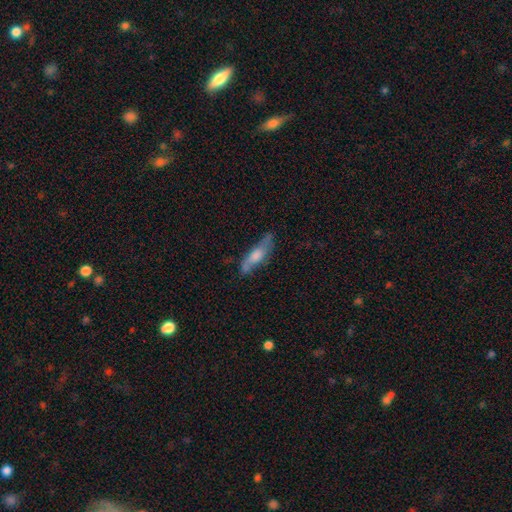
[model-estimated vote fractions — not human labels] This appears to be a featured or disk galaxy (52%) viewed edge-on (62%). Merging: none (69%).